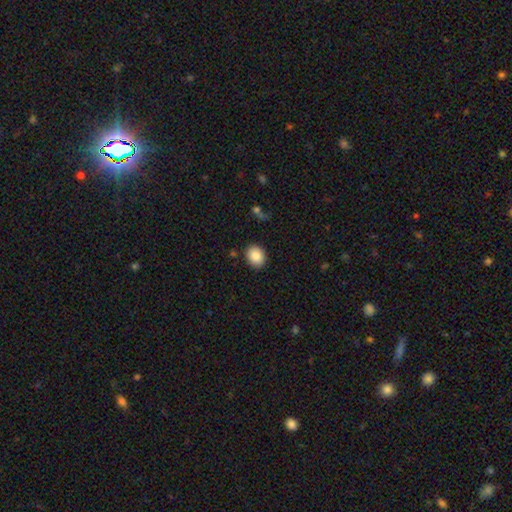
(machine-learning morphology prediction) Smooth or featured? smooth (86%)
How rounded? round (60%)
Merging? none (89%)